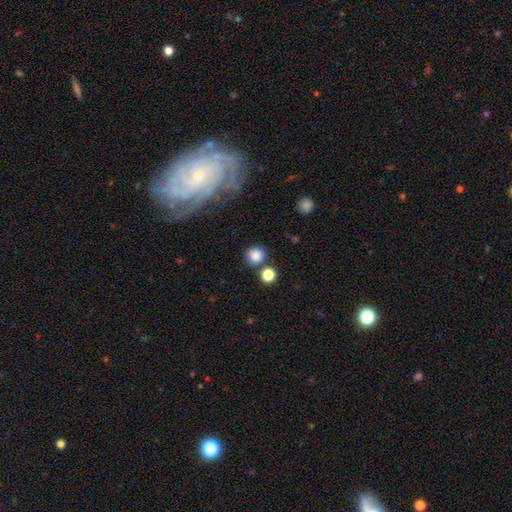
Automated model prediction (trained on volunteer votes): This is clearly a smooth galaxy (83%). How rounded: clearly round (89%). Merging: likely none (73%).